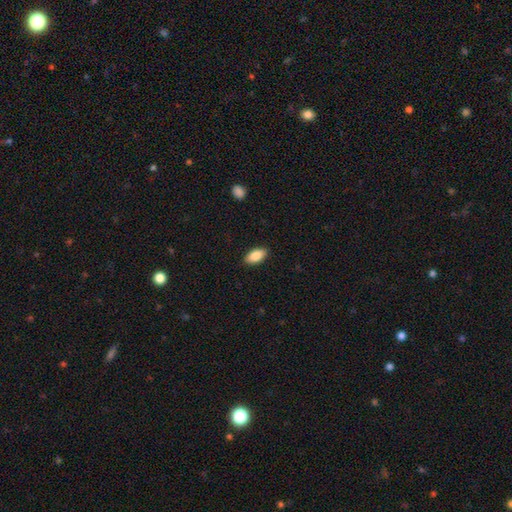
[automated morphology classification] A smooth galaxy with no disk features (86%) that is in between round and cigar-shaped (92%).

Vote fractions:
- Smooth or featured? smooth: 86% / featured or disk: 8% / star or artifact: 7%
- How rounded? in between: 92% / cigar-shaped: 6% / round: 3%
- Merging? none: 88% / minor disturbance: 9% / major disturbance: 2% / merger: 1%